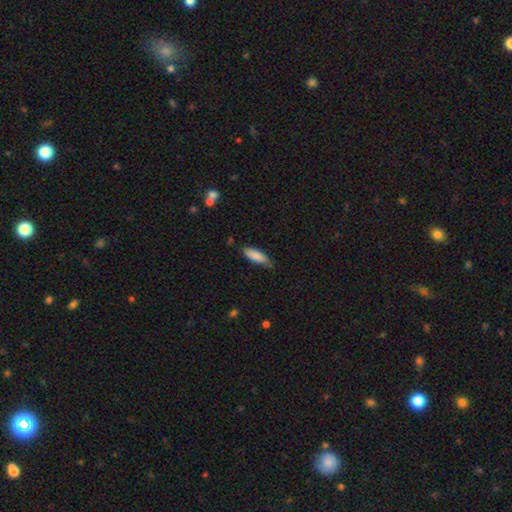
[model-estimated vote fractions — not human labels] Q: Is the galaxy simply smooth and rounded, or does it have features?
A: smooth — 86%.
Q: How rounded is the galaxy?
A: in between — 57%.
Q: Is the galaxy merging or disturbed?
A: none — 68%.